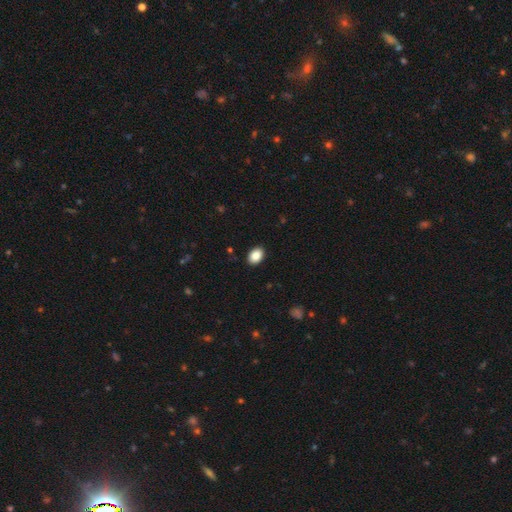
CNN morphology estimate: A smooth galaxy with no disk features (89%) that is in between round and cigar-shaped (83%). Merging: none (90%).